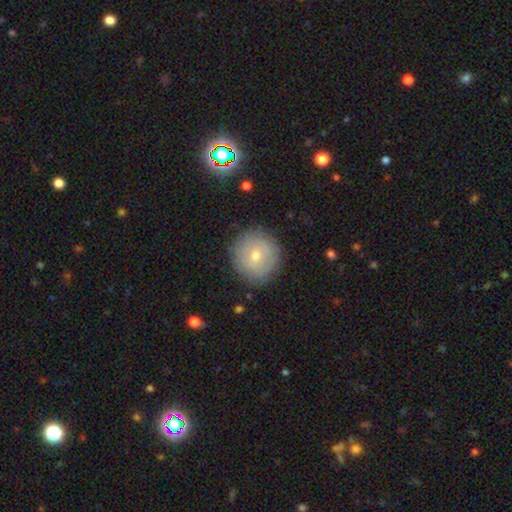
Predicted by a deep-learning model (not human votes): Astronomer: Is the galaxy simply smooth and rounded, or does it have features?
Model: smooth — 56% (runner-up: featured or disk, 32%).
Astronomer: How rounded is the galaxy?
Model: round — 93%.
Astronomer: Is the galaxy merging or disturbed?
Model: none — 87%.